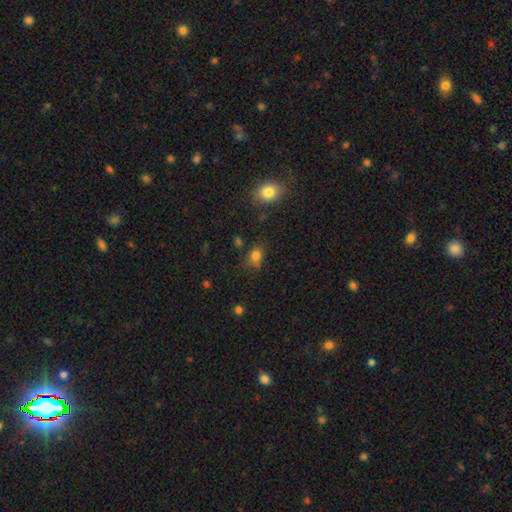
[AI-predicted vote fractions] The model was most divided on "how rounded": in between: 53%, round: 45%, cigar-shaped: 2%. More confident: smooth or featured — smooth (76%); merging — none (60%).